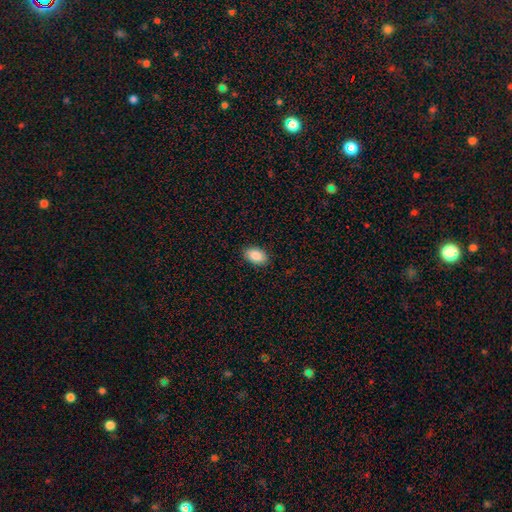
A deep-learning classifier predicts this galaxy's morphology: Smooth or featured? smooth (88%)
How rounded? in between (92%)
Merging? none (89%)